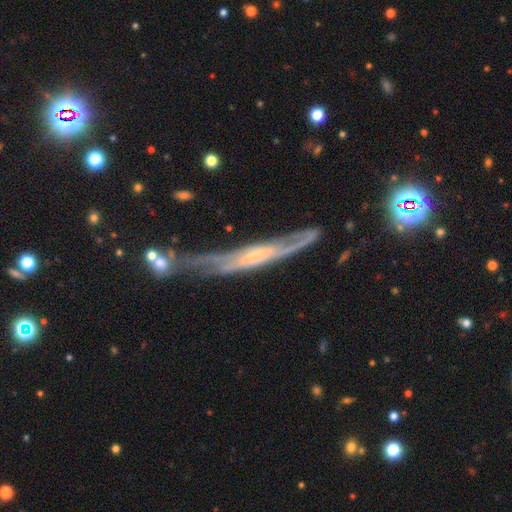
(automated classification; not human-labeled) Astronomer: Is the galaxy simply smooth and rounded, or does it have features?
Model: featured or disk — 81%.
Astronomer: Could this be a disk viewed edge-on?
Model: yes — 59% (runner-up: no, 41%).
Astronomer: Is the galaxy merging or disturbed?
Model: none — 47% (runner-up: minor disturbance, 25%).